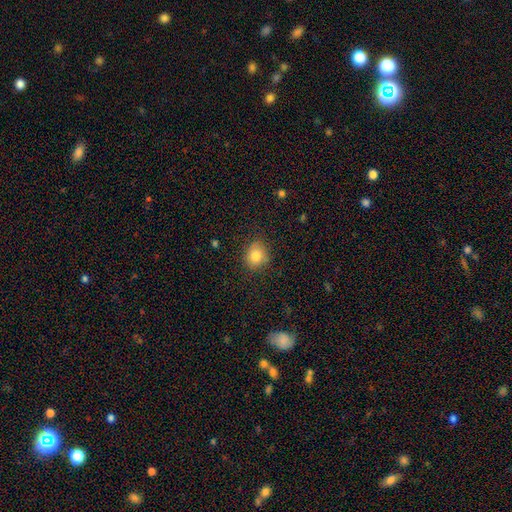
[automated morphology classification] smooth_or_featured: smooth (p=0.82) [alt: star or artifact p=0.10]
how_rounded: round (p=0.68) [alt: in between p=0.31]
merging: none (p=0.80) [alt: minor disturbance p=0.15]